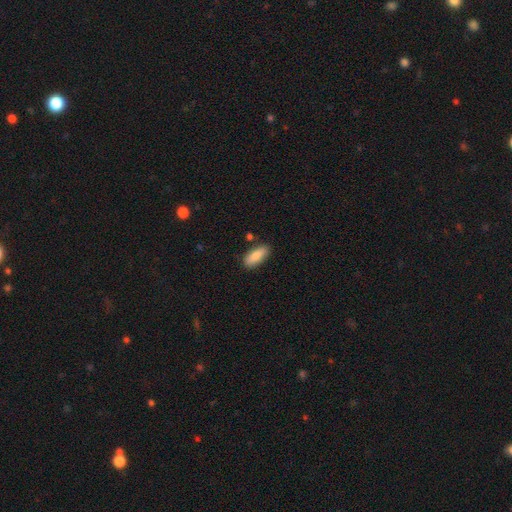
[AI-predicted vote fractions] Smooth or featured: smooth — 83% (featured or disk — 11%)
How rounded: in between — 79% (cigar-shaped — 19%)
Merging: none — 82% (minor disturbance — 12%)